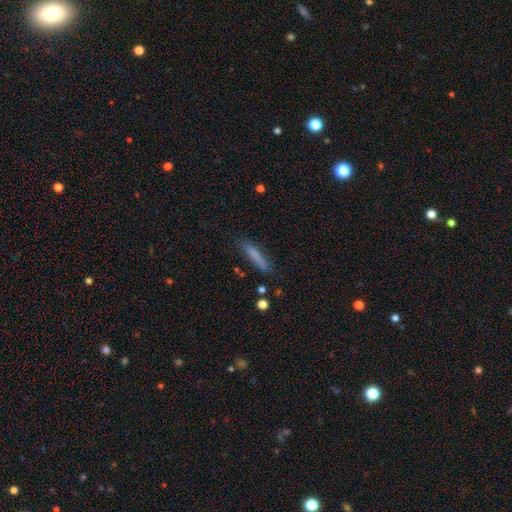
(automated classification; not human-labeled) Morphology: type=smooth (76%); roundness=cigar-shaped (88%); merging=none (80%).